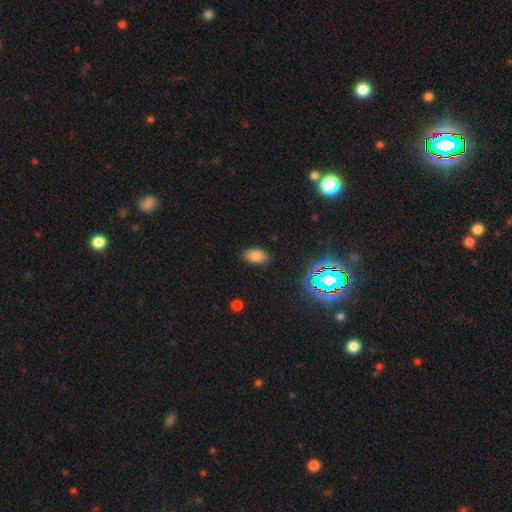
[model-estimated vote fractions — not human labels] Q: Smooth or featured?
A: smooth (78%); runner-up: star or artifact (14%)
Q: How rounded?
A: in between (92%); runner-up: round (6%)
Q: Merging?
A: none (86%); runner-up: minor disturbance (11%)